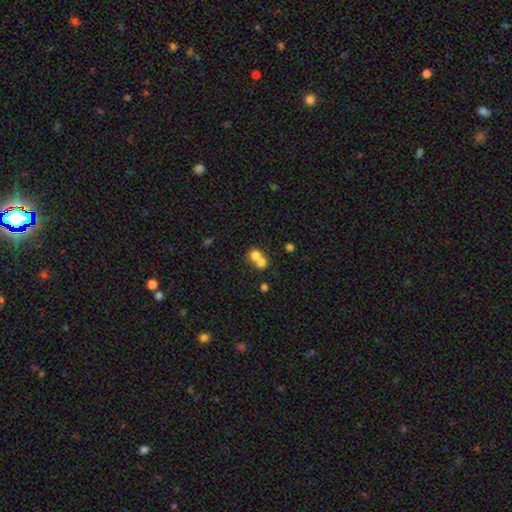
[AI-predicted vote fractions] Smooth or featured? Predicted: smooth (p=0.73). How rounded? Predicted: round (p=0.80). Merging? Predicted: merger (p=0.63).